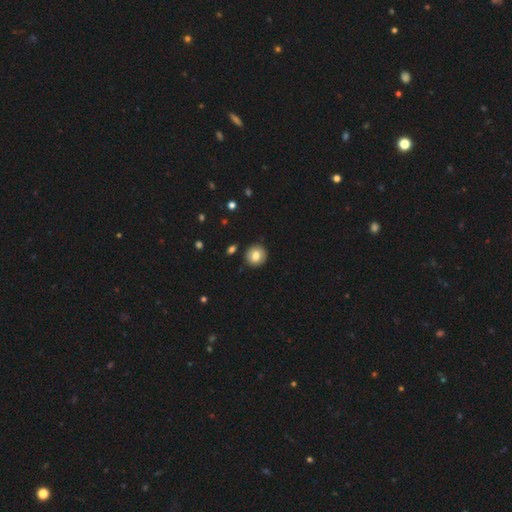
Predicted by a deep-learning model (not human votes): Morphology: type=smooth (77%); roundness=round (85%); merging=none (88%).